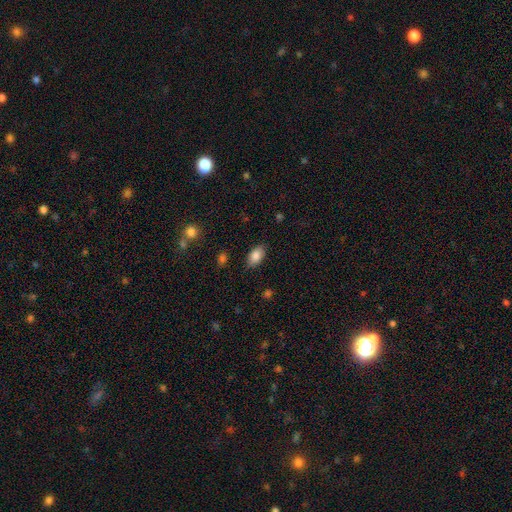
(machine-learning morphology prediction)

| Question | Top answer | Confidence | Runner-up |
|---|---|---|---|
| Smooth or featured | smooth | 85% | featured or disk (8%) |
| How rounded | in between | 92% | round (6%) |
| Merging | none | 85% | minor disturbance (11%) |